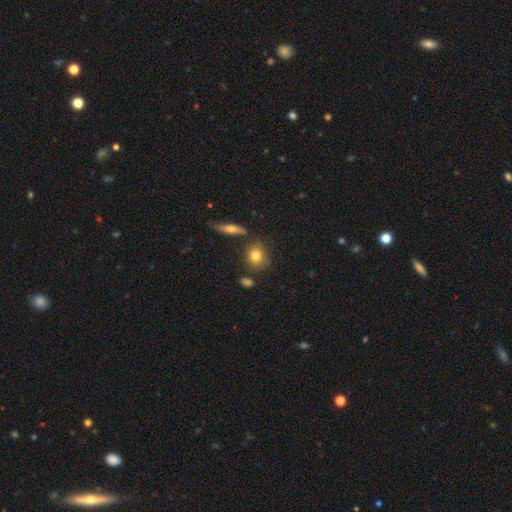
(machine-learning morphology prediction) This appears to be a smooth galaxy with no disk features (78%) that is round (64%). Merging: none (71%).